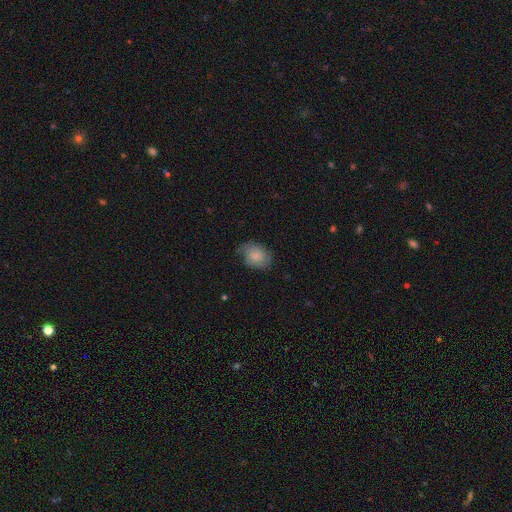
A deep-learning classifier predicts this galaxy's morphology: smooth-or-featured: smooth: 76% | featured or disk: 17% | star or artifact: 7%
  how-rounded: in between: 69% | round: 30% | cigar-shaped: 1%
  merging: none: 61% | minor disturbance: 29% | major disturbance: 9% | merger: 1%